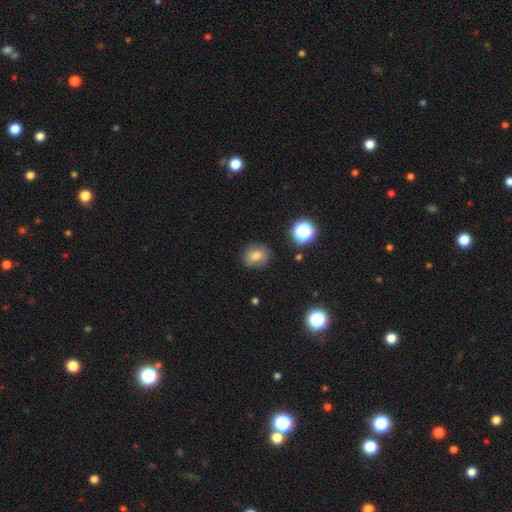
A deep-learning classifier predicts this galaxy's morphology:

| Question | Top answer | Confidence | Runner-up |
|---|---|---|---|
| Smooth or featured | smooth | 75% | star or artifact (13%) |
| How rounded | round | 64% | in between (35%) |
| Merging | none | 82% | minor disturbance (13%) |